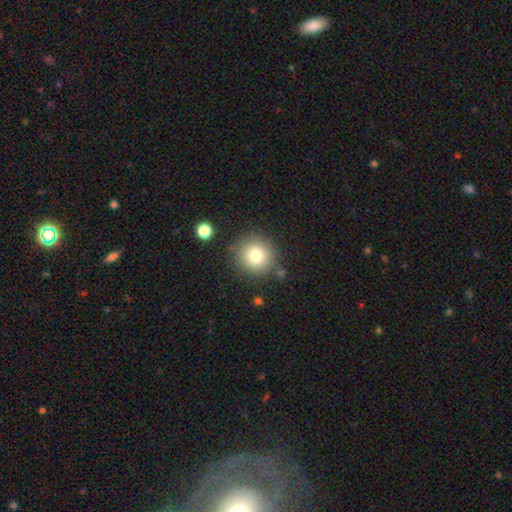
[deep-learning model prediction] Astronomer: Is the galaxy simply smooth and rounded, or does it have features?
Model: smooth — 79%.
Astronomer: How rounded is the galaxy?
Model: round — 93%.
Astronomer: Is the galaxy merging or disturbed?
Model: none — 83%.